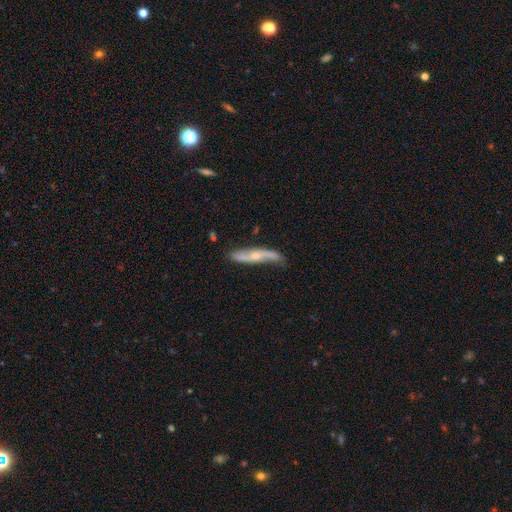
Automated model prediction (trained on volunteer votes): Overall: featured or disk (70%). Edge-on disk: no (55%; yes 45%). Merging: none (63%; minor disturbance 27%).